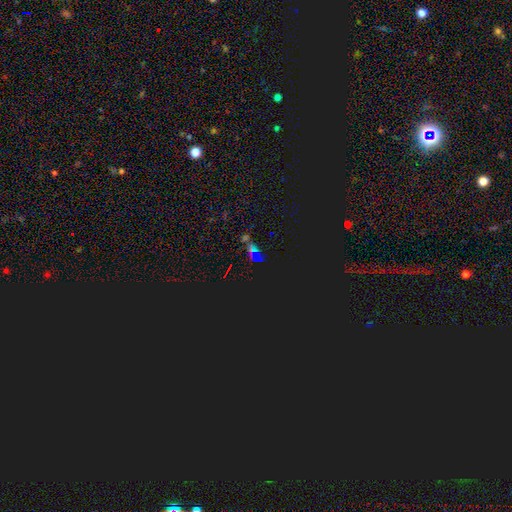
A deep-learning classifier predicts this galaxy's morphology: smooth_or_featured: star or artifact (p=0.73) [alt: smooth p=0.16]